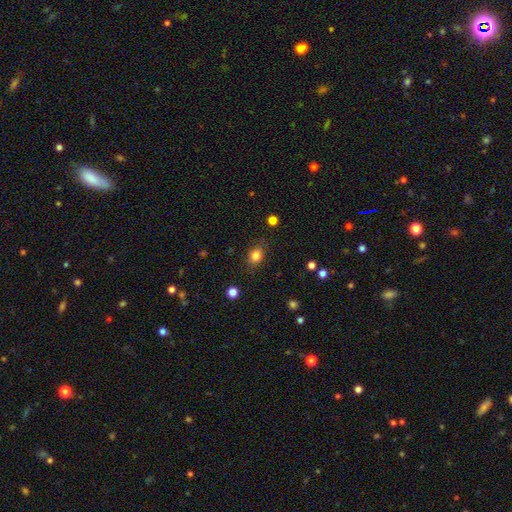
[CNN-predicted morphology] smooth-or-featured: smooth: 82% | star or artifact: 11% | featured or disk: 7%
  how-rounded: in between: 55% | round: 43% | cigar-shaped: 1%
  merging: none: 81% | minor disturbance: 14% | major disturbance: 4% | merger: 1%